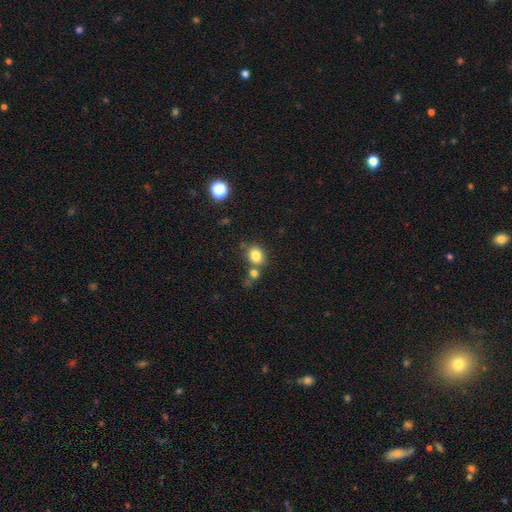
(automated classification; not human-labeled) Q: Smooth or featured?
A: smooth (81%); runner-up: star or artifact (11%)
Q: How rounded?
A: round (65%); runner-up: in between (34%)
Q: Merging?
A: none (59%); runner-up: merger (25%)